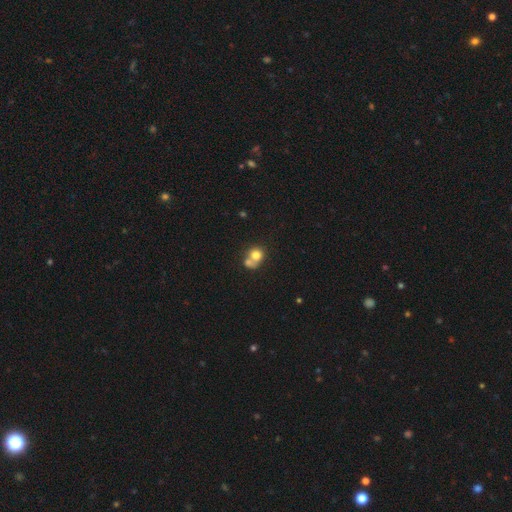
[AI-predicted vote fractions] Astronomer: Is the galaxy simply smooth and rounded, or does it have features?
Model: smooth — 74%.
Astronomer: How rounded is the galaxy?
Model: round — 72%.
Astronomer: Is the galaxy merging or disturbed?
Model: merger — 55% (runner-up: none, 31%).